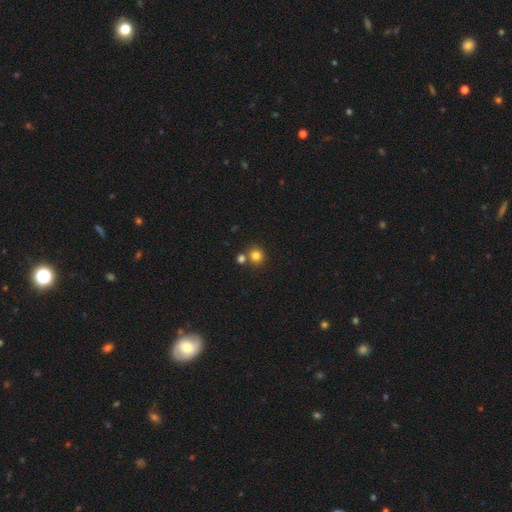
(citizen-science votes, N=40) Smooth or featured? smooth (88%)
How rounded? round (91%)
Merging? none (78%)